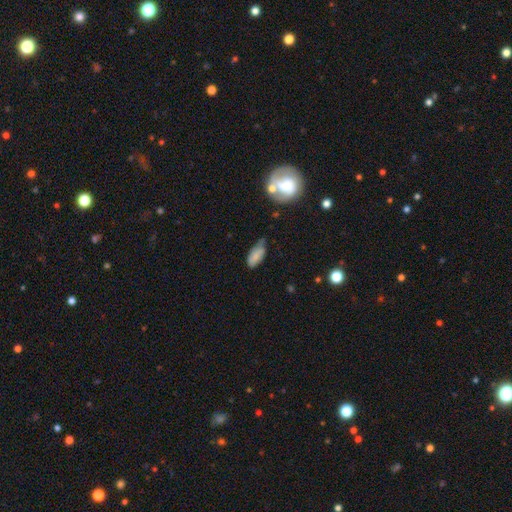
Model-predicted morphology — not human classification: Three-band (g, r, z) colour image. It shows a smooth galaxy with no disk features (75%) that is in between round and cigar-shaped (87%). Merging: minor disturbance (43%).